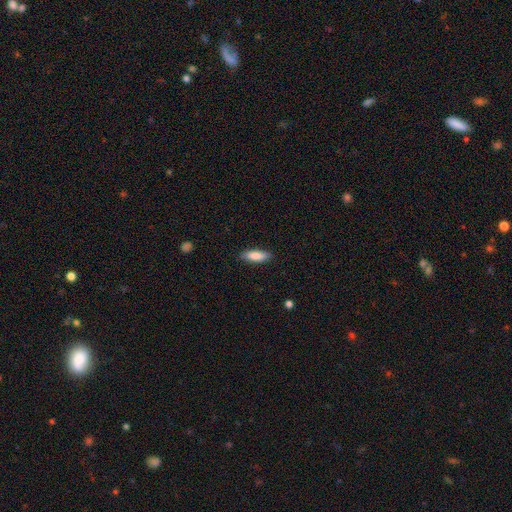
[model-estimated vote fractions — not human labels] A smooth galaxy with no disk features (85%) that is in between round and cigar-shaped (52%).

Vote fractions:
- Smooth or featured? smooth: 85% / featured or disk: 10% / star or artifact: 6%
- How rounded? in between: 52% / cigar-shaped: 46% / round: 2%
- Merging? none: 87% / minor disturbance: 10% / major disturbance: 2% / merger: 1%